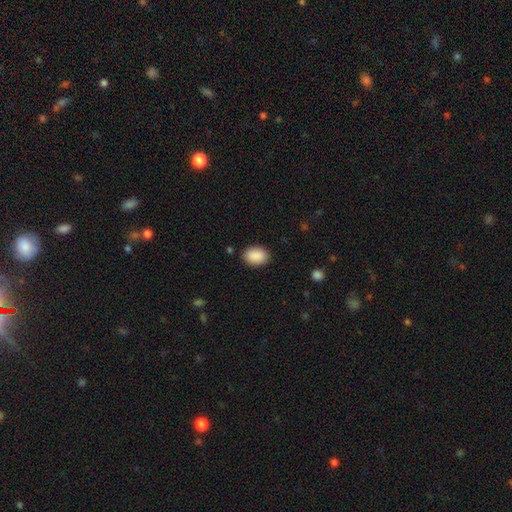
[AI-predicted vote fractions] A smooth galaxy with no disk features (91%) that is in between round and cigar-shaped (81%). Merging: none (87%).